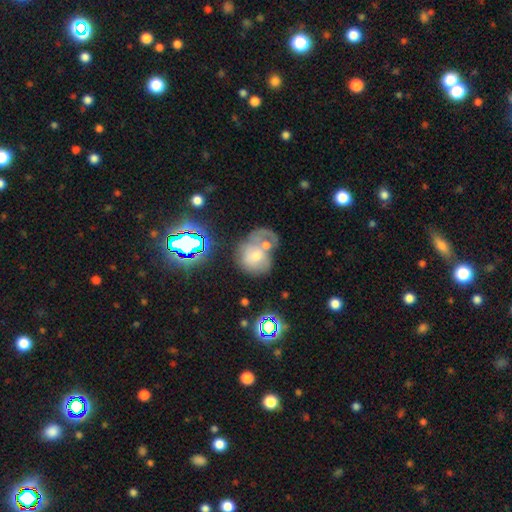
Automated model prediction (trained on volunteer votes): smooth-or-featured: smooth: 49% | featured or disk: 33% | star or artifact: 18%
  merging: merger: 52% | none: 24% | major disturbance: 12% | minor disturbance: 11%